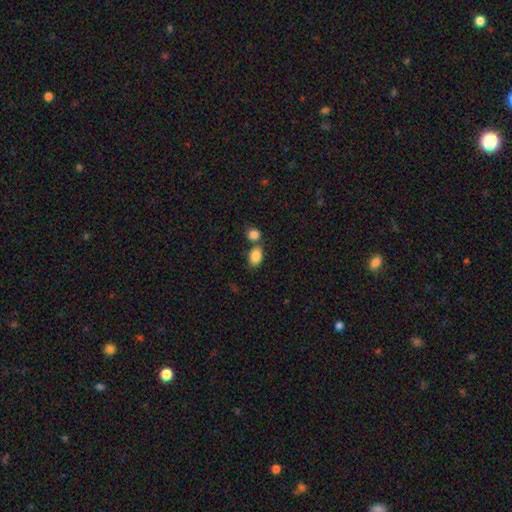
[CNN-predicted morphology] Smooth or featured? Predicted: smooth (p=0.85). How rounded? Predicted: in between (p=0.79). Merging? Predicted: none (p=0.56).